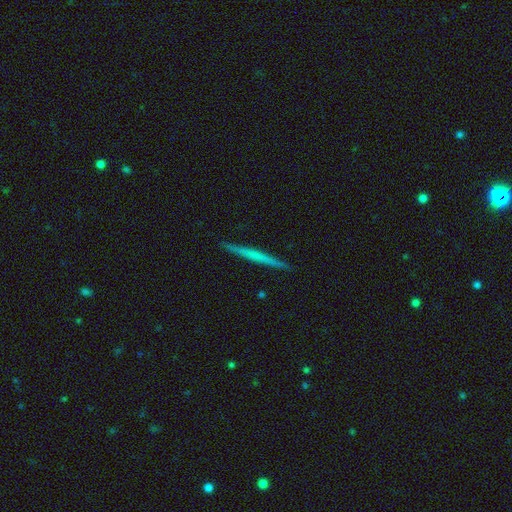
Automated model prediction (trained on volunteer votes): This is possibly a featured or disk galaxy (51%). It is clearly viewed edge-on (98%). Merging: clearly none (92%).